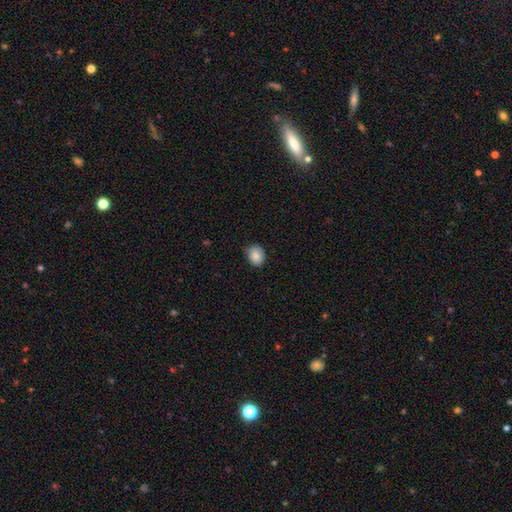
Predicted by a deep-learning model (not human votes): smooth_or_featured: smooth (p=0.86) [alt: star or artifact p=0.08]
how_rounded: round (p=0.56) [alt: in between p=0.43]
merging: none (p=0.71) [alt: minor disturbance p=0.25]